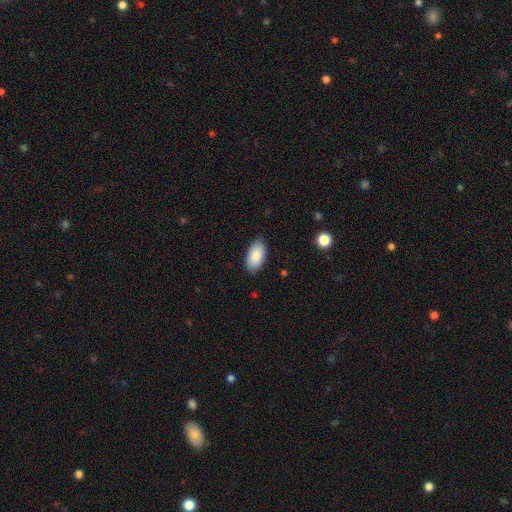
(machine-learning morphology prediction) This appears to be a smooth galaxy with no disk features (86%) that is in between round and cigar-shaped (95%). Merging: none (86%).